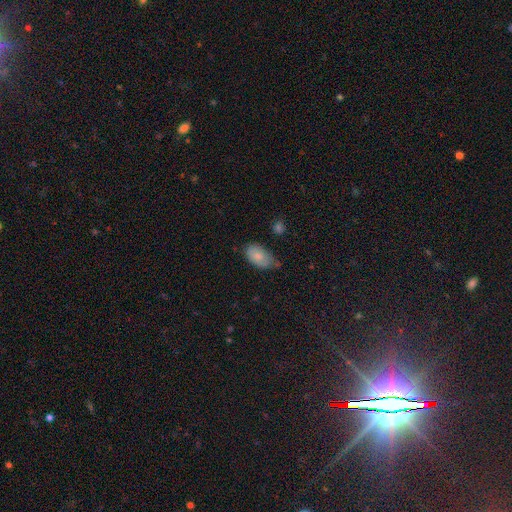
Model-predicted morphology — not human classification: The model was most divided on "merging": none: 61%, minor disturbance: 31%, major disturbance: 5%, merger: 3%. More confident: how rounded — in between (91%); smooth or featured — smooth (77%).